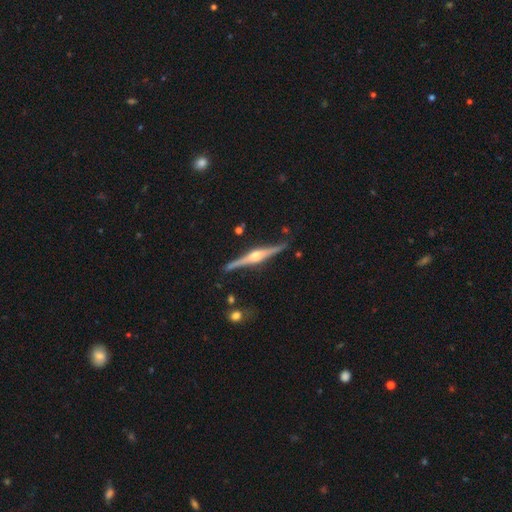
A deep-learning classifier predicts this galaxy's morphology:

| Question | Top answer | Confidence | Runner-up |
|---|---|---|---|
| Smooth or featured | featured or disk | 87% | smooth (9%) |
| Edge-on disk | yes | 98% | no (2%) |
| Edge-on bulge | rounded | 93% | boxy (4%) |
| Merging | none | 88% | minor disturbance (9%) |